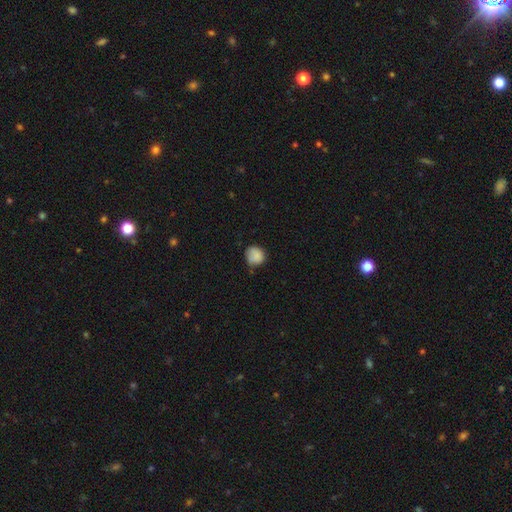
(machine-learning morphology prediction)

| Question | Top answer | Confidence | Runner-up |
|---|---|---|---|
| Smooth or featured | smooth | 84% | star or artifact (9%) |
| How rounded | round | 82% | in between (17%) |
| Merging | none | 59% | minor disturbance (32%) |